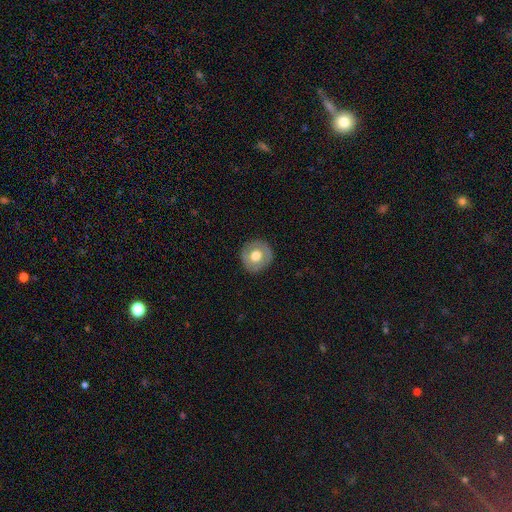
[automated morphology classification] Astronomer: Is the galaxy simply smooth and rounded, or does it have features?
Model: smooth — 57% (runner-up: featured or disk, 36%).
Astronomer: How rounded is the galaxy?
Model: round — 91%.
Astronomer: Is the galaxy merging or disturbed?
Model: none — 87%.